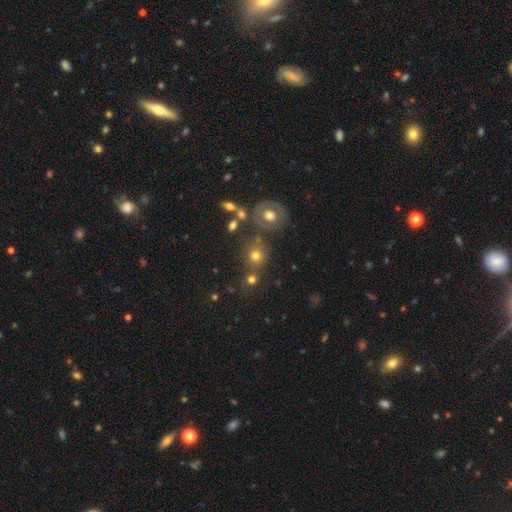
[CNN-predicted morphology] This is likely a smooth galaxy (70%). How rounded: clearly round (85%). Merging: likely none (65%).